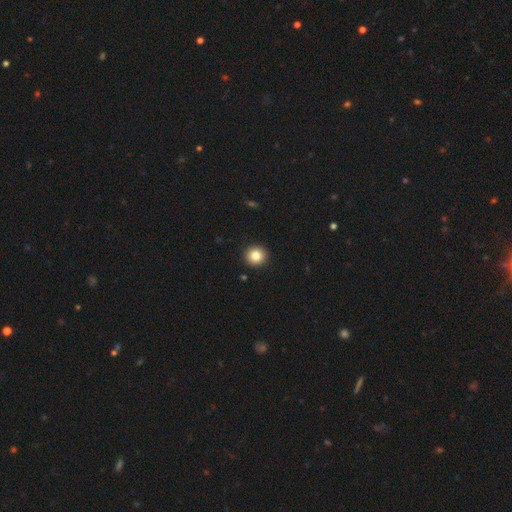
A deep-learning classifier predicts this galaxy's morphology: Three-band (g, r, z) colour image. It shows a smooth galaxy with no disk features (84%) that is round (93%). Merging: none (93%).